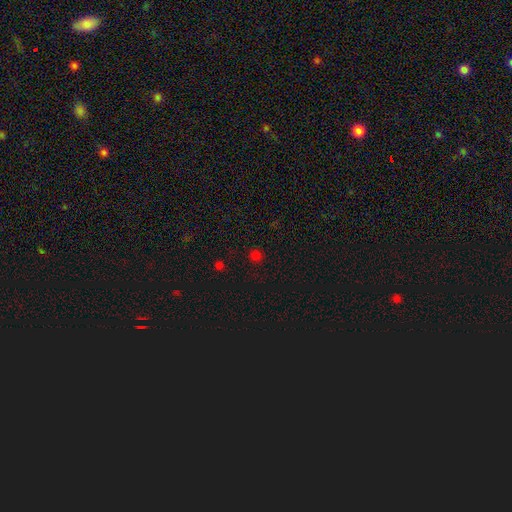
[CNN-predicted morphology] The model was most divided on "smooth or featured": smooth: 72%, star or artifact: 25%, featured or disk: 4%. More confident: how rounded — round (92%); merging — none (89%).